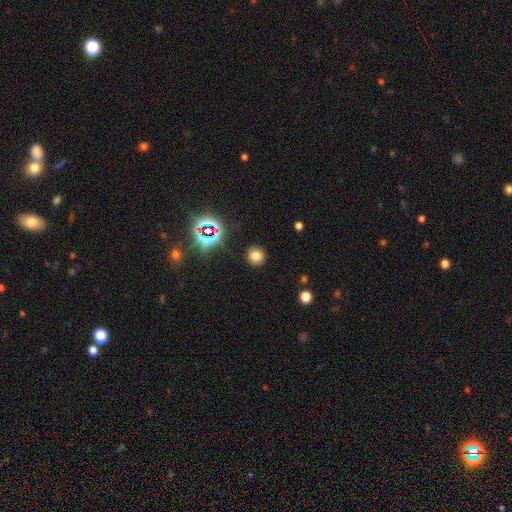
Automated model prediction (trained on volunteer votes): Smooth or featured? smooth (74%)
How rounded? round (92%)
Merging? none (90%)